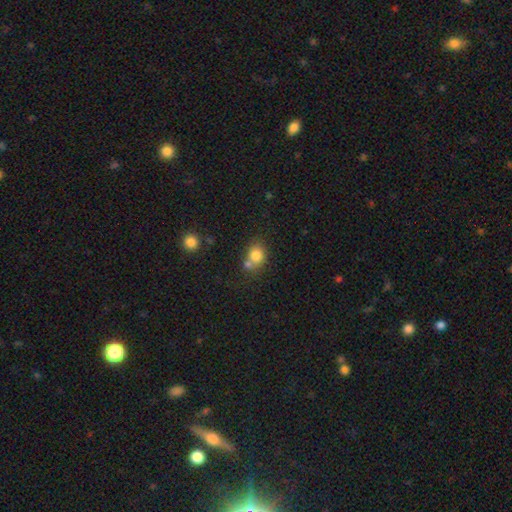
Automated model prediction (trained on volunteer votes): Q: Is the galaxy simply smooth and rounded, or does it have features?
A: smooth — 80%.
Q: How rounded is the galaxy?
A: round — 62%.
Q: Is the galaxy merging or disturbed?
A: none — 49%.